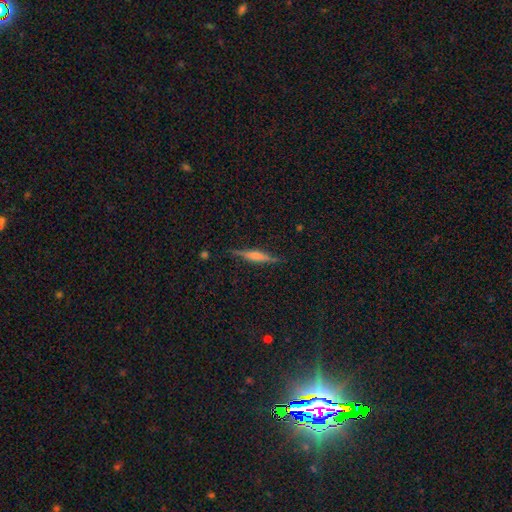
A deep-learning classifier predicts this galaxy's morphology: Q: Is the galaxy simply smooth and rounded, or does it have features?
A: featured or disk — 64%.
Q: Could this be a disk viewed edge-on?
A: yes — 97%.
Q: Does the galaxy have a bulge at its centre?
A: rounded — 58%.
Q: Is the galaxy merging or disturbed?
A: none — 87%.